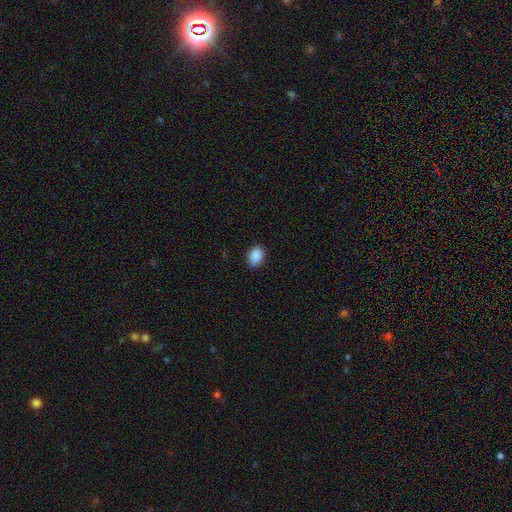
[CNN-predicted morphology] smooth_or_featured: smooth (p=0.89) [alt: star or artifact p=0.08]
how_rounded: in between (p=0.73) [alt: round p=0.26]
merging: none (p=0.86) [alt: minor disturbance p=0.11]